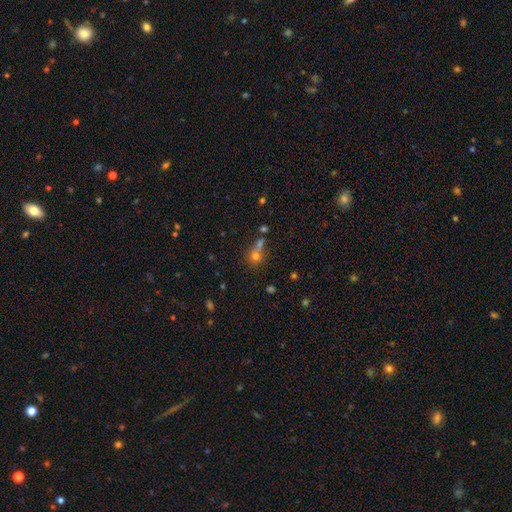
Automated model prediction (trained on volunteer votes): This is likely a smooth galaxy (61%). How rounded: likely round (73%). Merging: marginally none (43%).